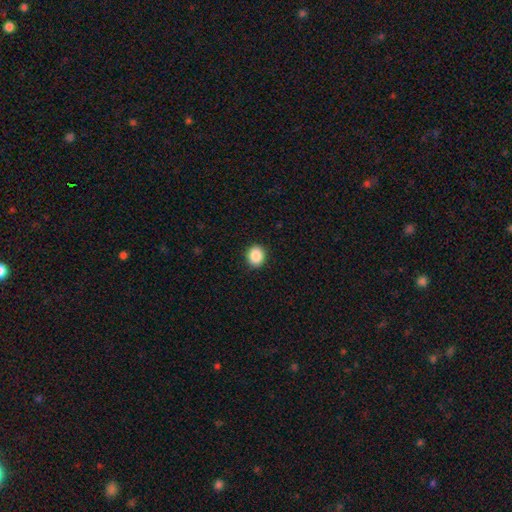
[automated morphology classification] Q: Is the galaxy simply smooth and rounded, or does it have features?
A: smooth — 88%.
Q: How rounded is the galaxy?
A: round — 77%.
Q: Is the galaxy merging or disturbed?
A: none — 91%.